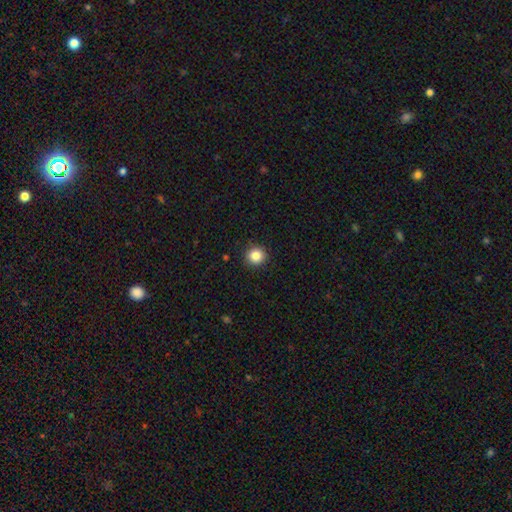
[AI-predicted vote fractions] Smooth or featured? smooth (85%)
How rounded? round (92%)
Merging? none (91%)